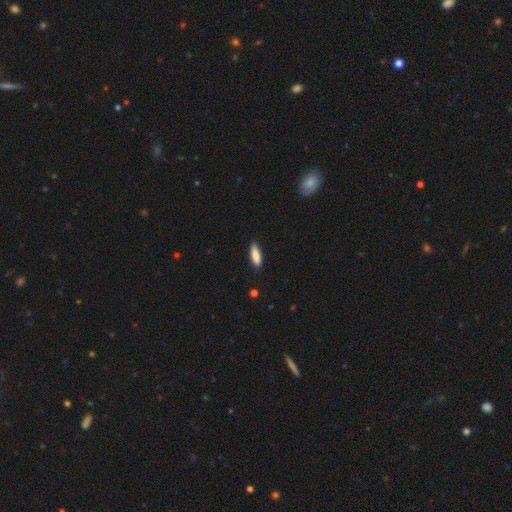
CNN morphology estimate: A smooth galaxy with no disk features (87%) that is in between round and cigar-shaped (57%).

Vote fractions:
- Smooth or featured? smooth: 87% / featured or disk: 7% / star or artifact: 6%
- How rounded? in between: 57% / cigar-shaped: 41% / round: 2%
- Merging? none: 84% / minor disturbance: 13% / major disturbance: 2% / merger: 1%